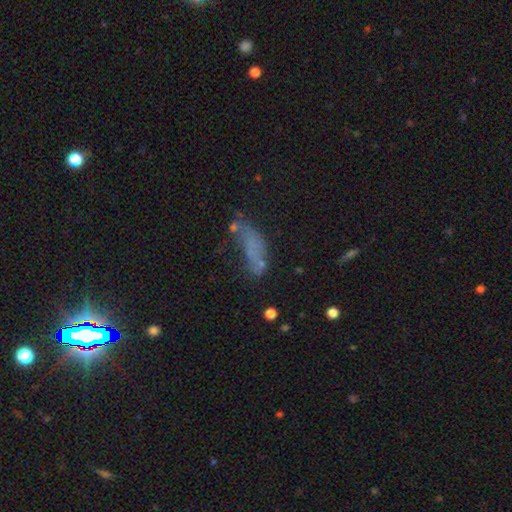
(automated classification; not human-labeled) Smooth or featured? Predicted: smooth (p=0.55). How rounded? Predicted: in between (p=0.66). Merging? Predicted: none (p=0.35).